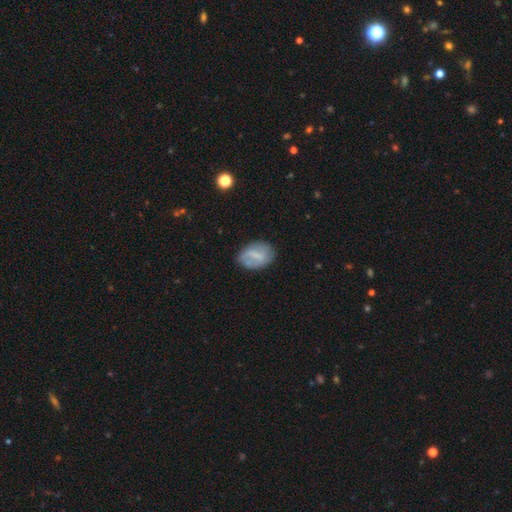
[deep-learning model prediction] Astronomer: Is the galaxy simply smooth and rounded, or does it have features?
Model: smooth — 55% (runner-up: featured or disk, 37%).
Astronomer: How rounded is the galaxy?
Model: in between — 81%.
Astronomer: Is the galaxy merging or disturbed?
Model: none — 71%.